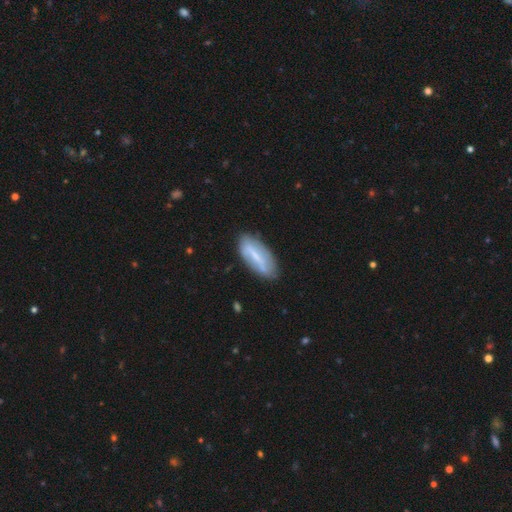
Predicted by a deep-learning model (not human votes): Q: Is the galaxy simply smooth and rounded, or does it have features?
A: featured or disk — 50%.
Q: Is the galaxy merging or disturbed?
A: none — 76%.